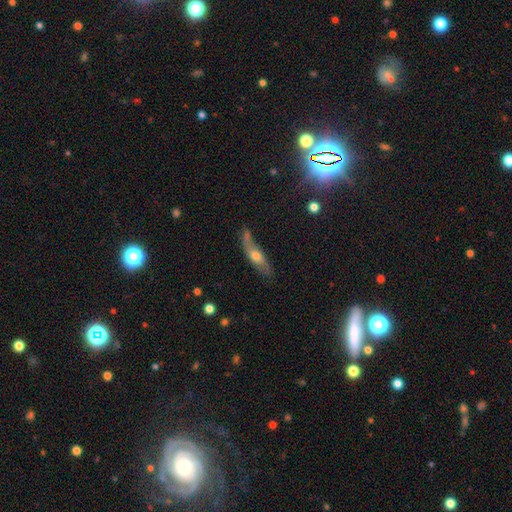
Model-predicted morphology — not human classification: This is possibly a featured or disk galaxy (58%). It is possibly not viewed edge-on (54%). Merging: possibly none (57%).